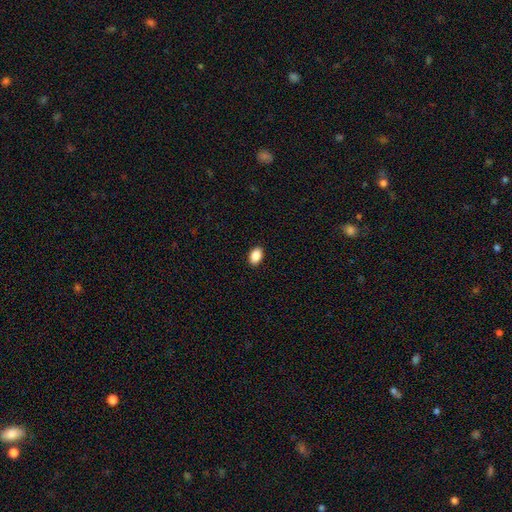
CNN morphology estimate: A smooth galaxy with no disk features (88%) that is in between round and cigar-shaped (88%).

Vote fractions:
- Smooth or featured? smooth: 88% / star or artifact: 8% / featured or disk: 4%
- How rounded? in between: 88% / round: 11% / cigar-shaped: 1%
- Merging? none: 90% / minor disturbance: 7% / major disturbance: 2% / merger: 1%